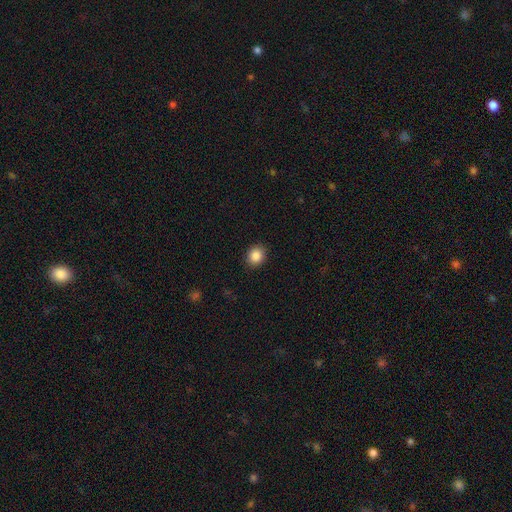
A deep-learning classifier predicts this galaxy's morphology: Smooth or featured? smooth (87%)
How rounded? round (75%)
Merging? none (90%)